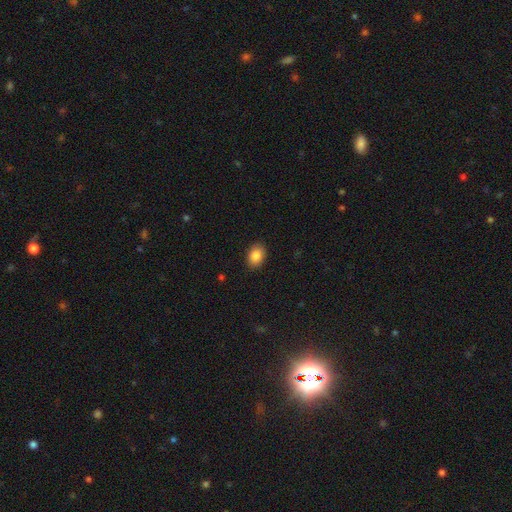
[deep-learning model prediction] A smooth galaxy with no disk features (87%) that is in between round and cigar-shaped (79%). Merging: none (88%).